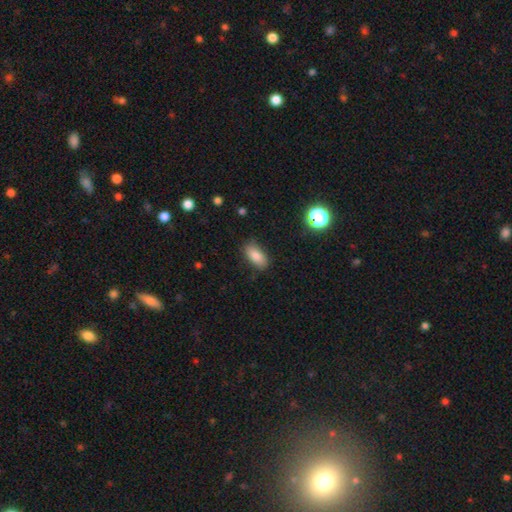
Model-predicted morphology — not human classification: Q: Smooth or featured?
A: smooth (83%); runner-up: star or artifact (10%)
Q: How rounded?
A: in between (88%); runner-up: cigar-shaped (7%)
Q: Merging?
A: none (83%); runner-up: minor disturbance (13%)